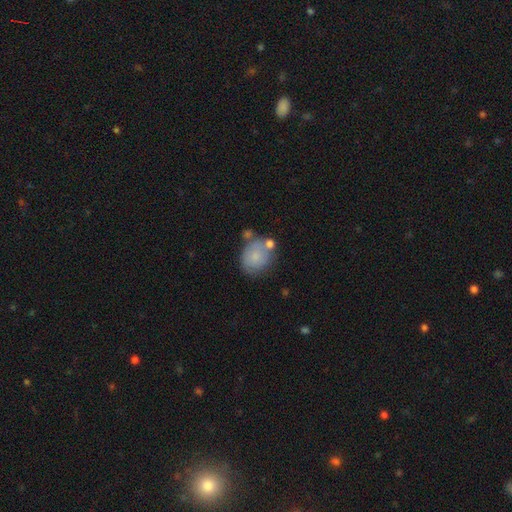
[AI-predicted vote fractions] This appears to be a smooth galaxy with no disk features (73%) that is round (56%). Merging: none (50%).